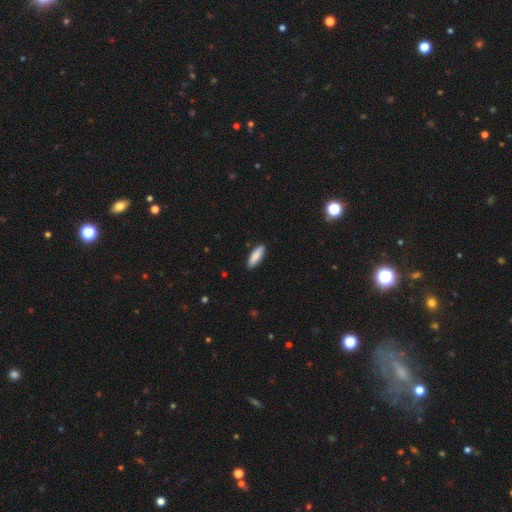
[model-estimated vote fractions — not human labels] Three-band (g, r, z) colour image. It shows a smooth galaxy with no disk features (88%) that is in between round and cigar-shaped (50%). Merging: none (89%).